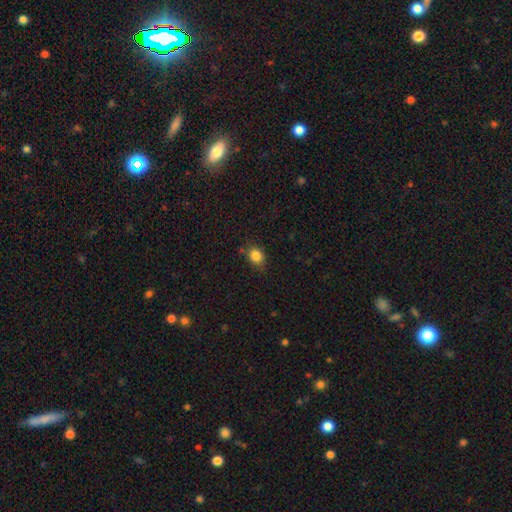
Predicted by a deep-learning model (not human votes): A smooth galaxy with no disk features (84%) that is round (52%). Merging: none (75%).